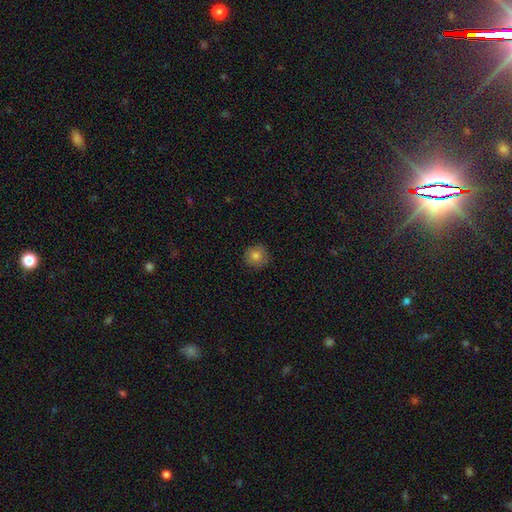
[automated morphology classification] smooth-or-featured: smooth: 81% | star or artifact: 10% | featured or disk: 9%
  how-rounded: round: 92% | in between: 7% | cigar-shaped: 1%
  merging: none: 88% | minor disturbance: 9% | major disturbance: 2% | merger: 1%